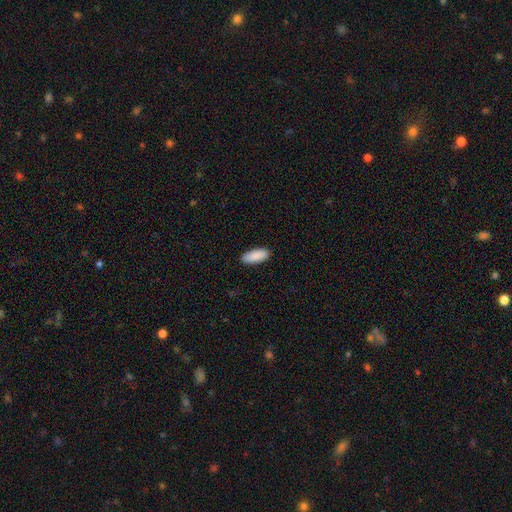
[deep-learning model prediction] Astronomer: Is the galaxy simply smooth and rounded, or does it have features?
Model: smooth — 91%.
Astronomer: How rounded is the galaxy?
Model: in between — 76%.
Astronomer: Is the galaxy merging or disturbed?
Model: none — 90%.